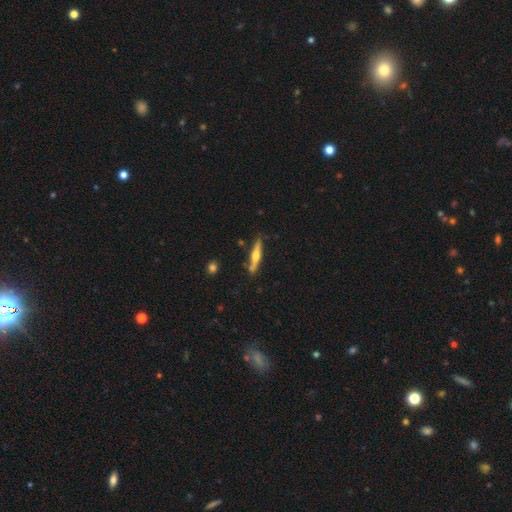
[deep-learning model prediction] Morphology: type=featured or disk (59%); edge-on=yes (95%); edge-on bulge=rounded (91%); merging=none (80%).